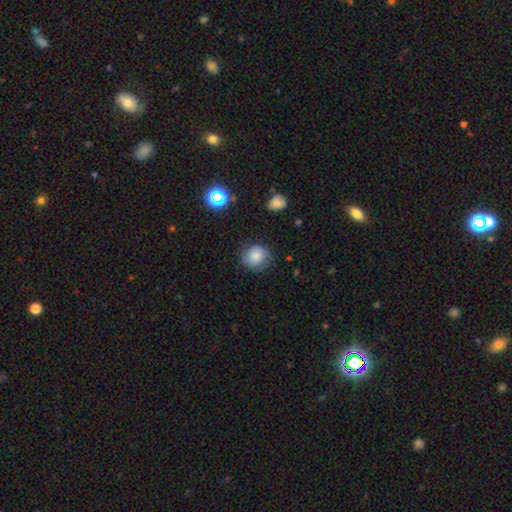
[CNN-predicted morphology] Smooth or featured? smooth (71%)
How rounded? round (82%)
Merging? none (71%)